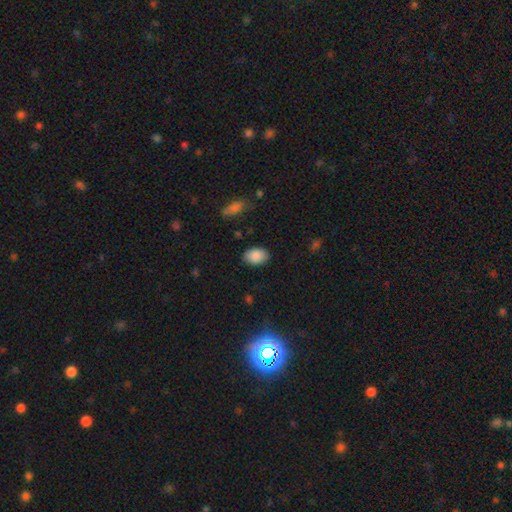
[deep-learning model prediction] Smooth or featured? smooth (88%)
How rounded? in between (86%)
Merging? none (85%)